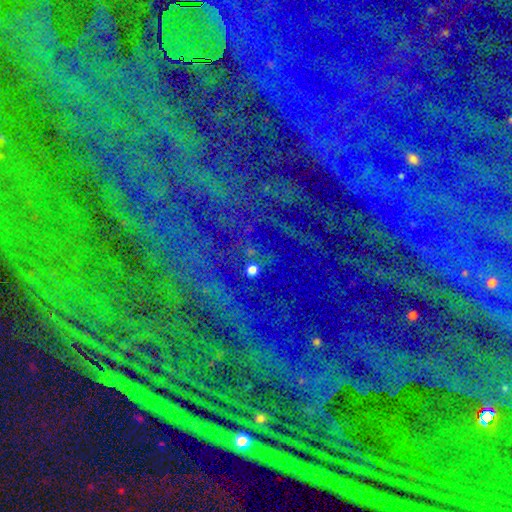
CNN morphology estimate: A star or artifact, not a galaxy (88%).

Vote fractions:
- Smooth or featured? star or artifact: 88% / featured or disk: 6% / smooth: 6%